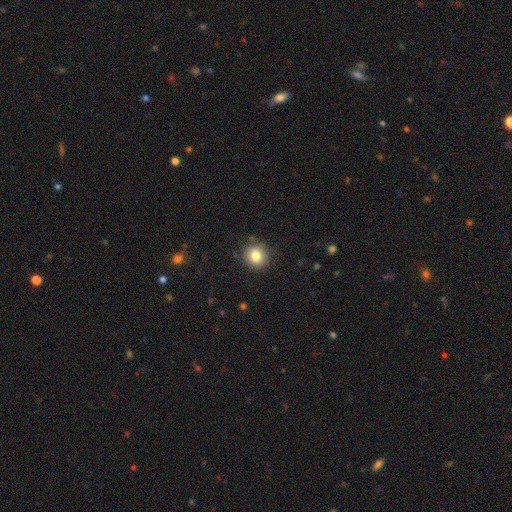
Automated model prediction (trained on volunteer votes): A smooth galaxy with no disk features (82%) that is round (86%). Merging: none (88%).